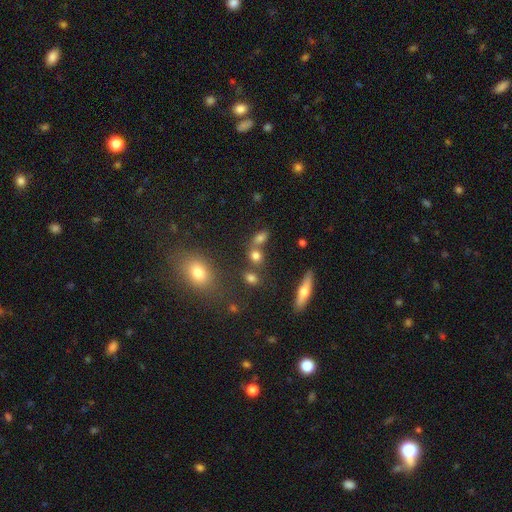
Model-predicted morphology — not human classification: This is likely a smooth galaxy (72%). How rounded: possibly in between (49%). Merging: possibly none (49%).